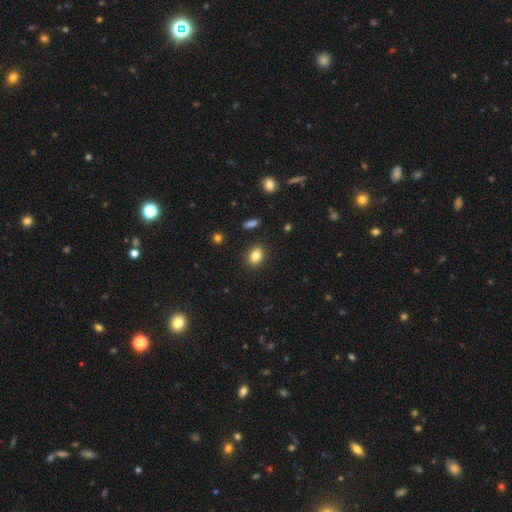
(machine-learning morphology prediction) The model was most divided on "how rounded": in between: 62%, round: 36%, cigar-shaped: 1%. More confident: merging — none (88%); smooth or featured — smooth (84%).